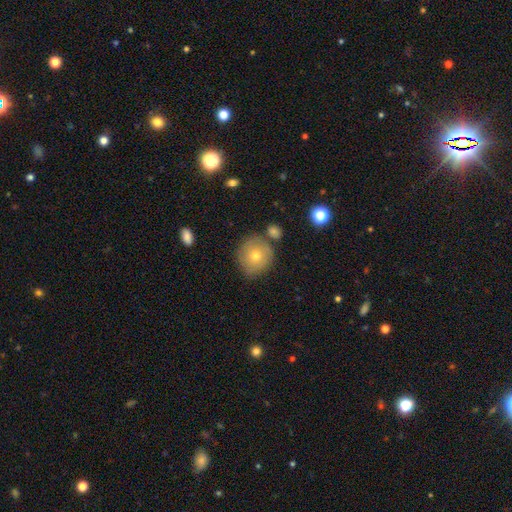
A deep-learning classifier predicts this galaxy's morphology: A smooth galaxy with no disk features (65%) that is round (91%).

Vote fractions:
- Smooth or featured? smooth: 65% / featured or disk: 27% / star or artifact: 8%
- How rounded? round: 91% / in between: 8% / cigar-shaped: 1%
- Merging? none: 71% / minor disturbance: 16% / merger: 8% / major disturbance: 4%